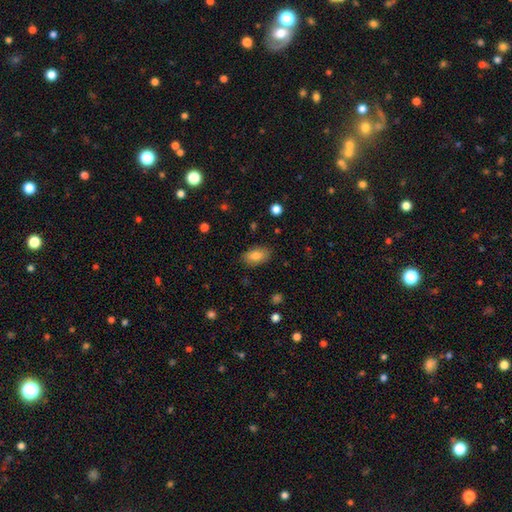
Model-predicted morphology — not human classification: Smooth or featured? Predicted: smooth (p=0.82). How rounded? Predicted: in between (p=0.90). Merging? Predicted: none (p=0.86).